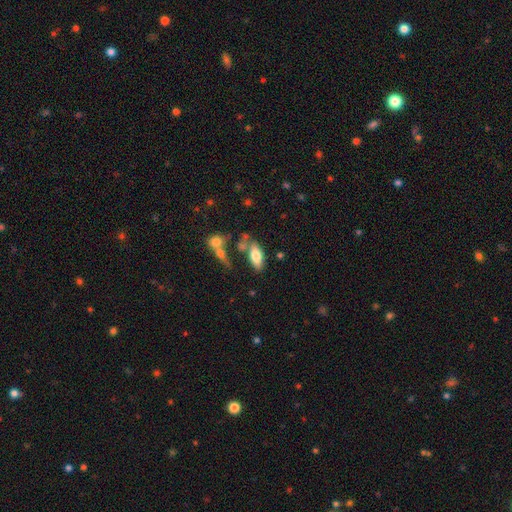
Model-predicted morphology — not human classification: smooth_or_featured: smooth (p=0.71) [alt: featured or disk p=0.22]
how_rounded: in between (p=0.83) [alt: cigar-shaped p=0.14]
merging: none (p=0.58) [alt: merger p=0.18]